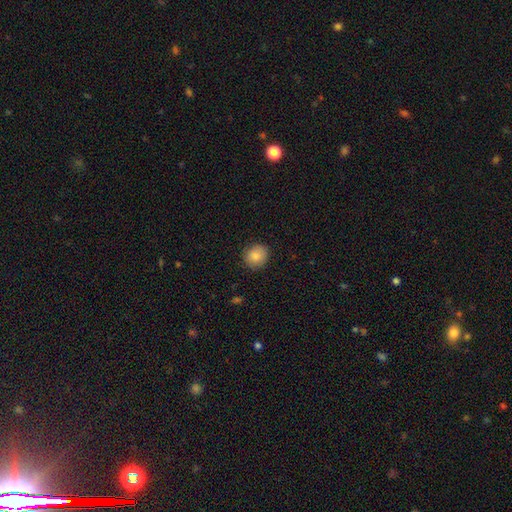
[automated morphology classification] This is clearly a smooth galaxy (85%). How rounded: clearly round (85%). Merging: clearly none (88%).